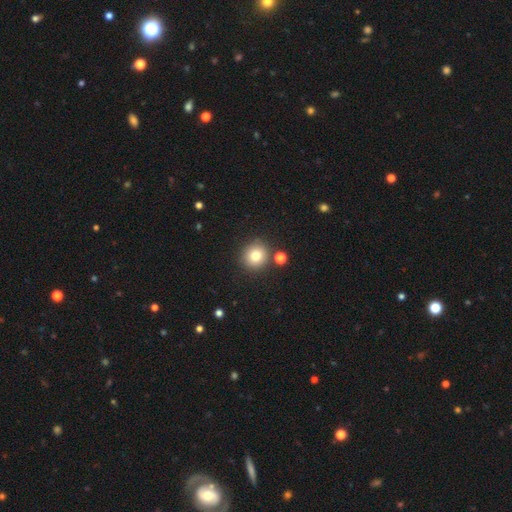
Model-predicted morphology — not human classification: This is likely a smooth galaxy (78%). How rounded: clearly round (91%). Merging: clearly none (82%).